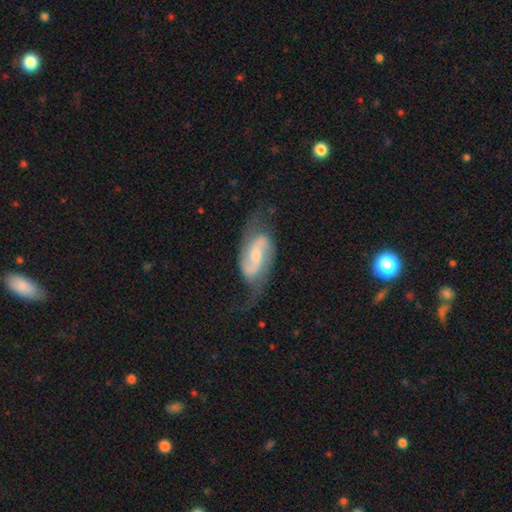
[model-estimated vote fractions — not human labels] Smooth or featured? featured or disk (84%)
Edge-on disk? no (96%)
Bar? weak (48%)
Spiral arms? yes (96%)
Spiral winding? loose (45%)
Spiral arm count? 2 (91%)
Bulge size? moderate (46%)
Merging? none (62%)